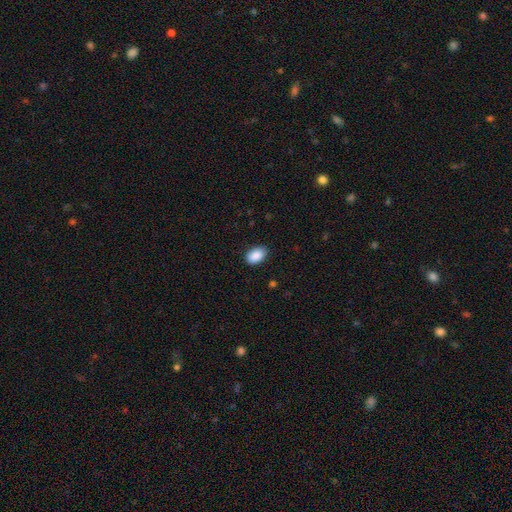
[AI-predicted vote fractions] Smooth or featured? Predicted: smooth (p=0.90). How rounded? Predicted: in between (p=0.90). Merging? Predicted: none (p=0.84).